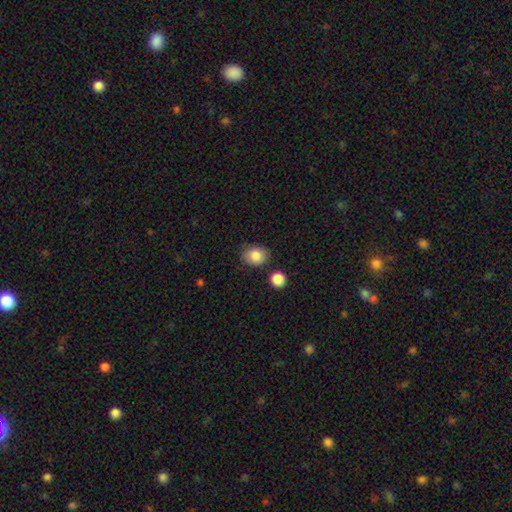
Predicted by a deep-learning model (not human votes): This is clearly a smooth galaxy (85%). How rounded: possibly in between (54%). Merging: likely none (79%).